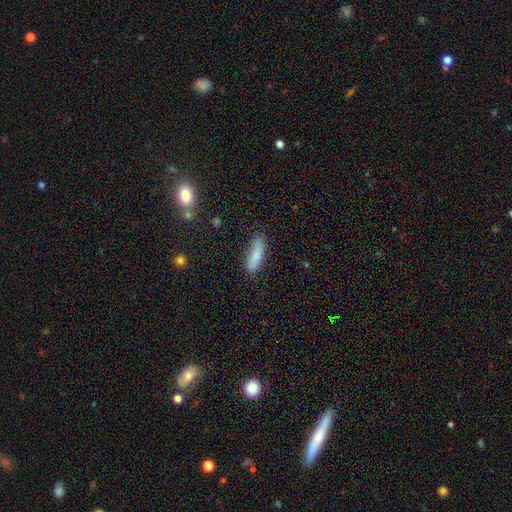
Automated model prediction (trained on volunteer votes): A smooth galaxy with no disk features (81%) that is cigar-shaped (59%). Merging: none (65%).